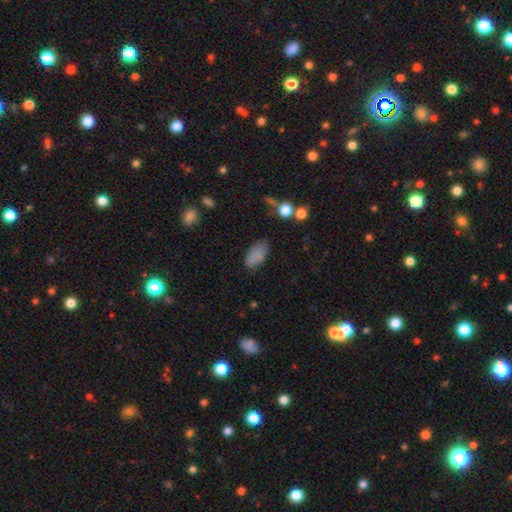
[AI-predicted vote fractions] This is clearly a smooth galaxy (80%). How rounded: clearly in between (92%). Merging: likely none (65%).